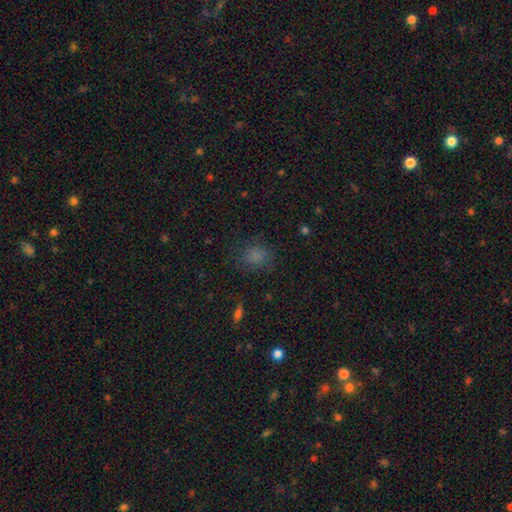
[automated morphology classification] A smooth galaxy with no disk features (76%) that is round (66%). Merging: none (76%).